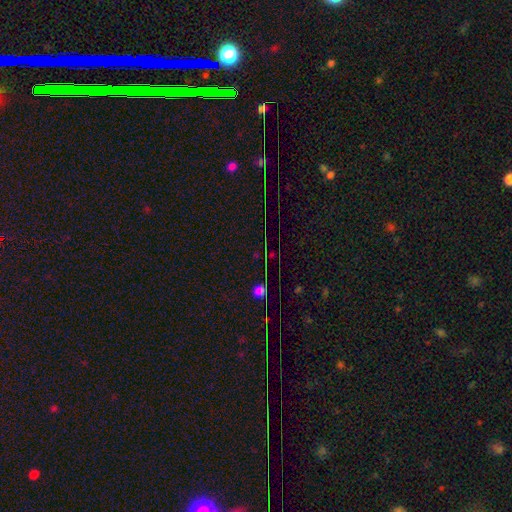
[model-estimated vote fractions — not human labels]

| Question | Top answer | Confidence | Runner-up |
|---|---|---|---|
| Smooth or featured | star or artifact | 69% | smooth (21%) |